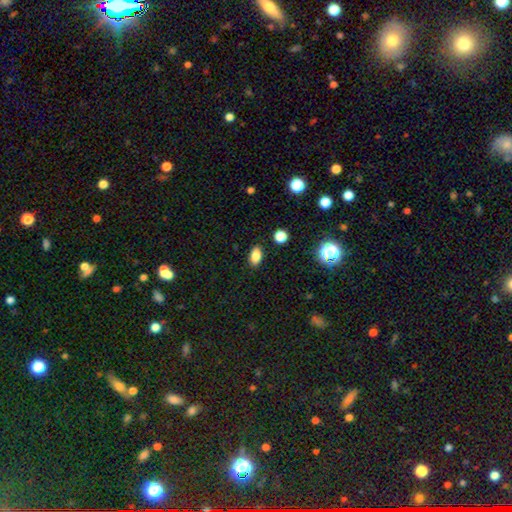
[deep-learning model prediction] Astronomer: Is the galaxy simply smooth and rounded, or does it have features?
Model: smooth — 83%.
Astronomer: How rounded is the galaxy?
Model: in between — 87%.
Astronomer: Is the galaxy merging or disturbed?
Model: none — 88%.